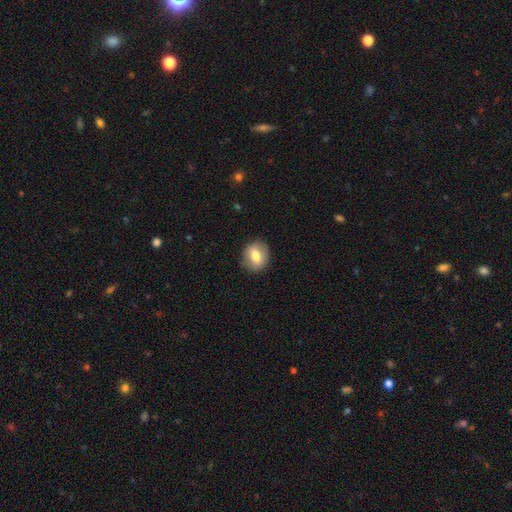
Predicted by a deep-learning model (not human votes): This is likely a smooth galaxy (69%). How rounded: likely round (71%). Merging: clearly none (87%).